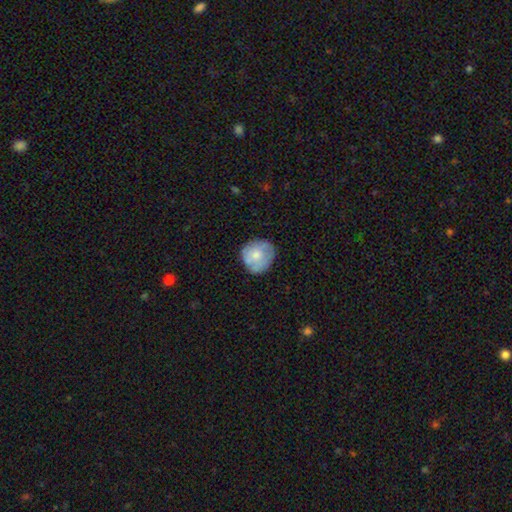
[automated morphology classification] Q: Smooth or featured?
A: smooth (65%); runner-up: featured or disk (29%)
Q: How rounded?
A: round (86%); runner-up: in between (14%)
Q: Merging?
A: none (70%); runner-up: minor disturbance (22%)